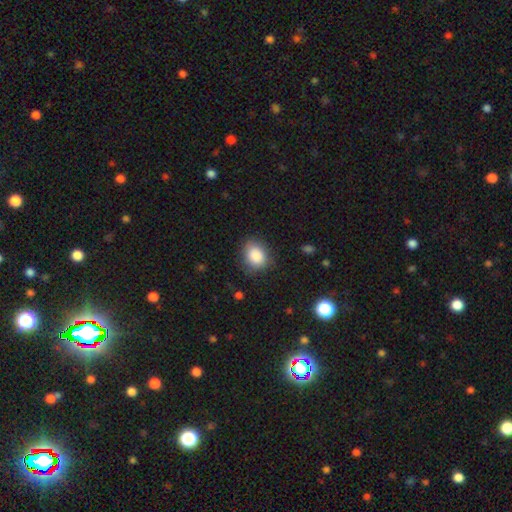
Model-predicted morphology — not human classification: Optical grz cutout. It shows a smooth galaxy with no disk features (87%) that is in between round and cigar-shaped (50%). Merging: none (78%).